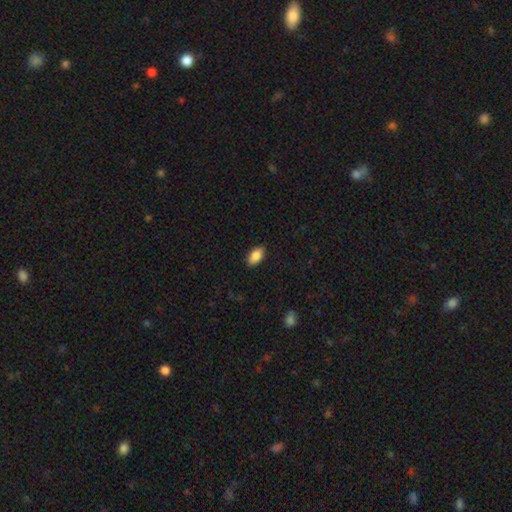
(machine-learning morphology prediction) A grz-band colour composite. It shows a smooth galaxy with no disk features (87%) that is in between round and cigar-shaped (93%). Merging: none (89%).